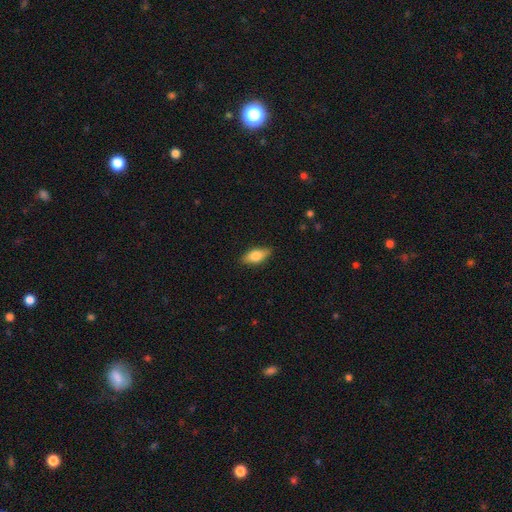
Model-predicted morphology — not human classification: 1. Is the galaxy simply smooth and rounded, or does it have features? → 72% smooth, 21% featured or disk, 7% star or artifact.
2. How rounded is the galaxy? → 82% in between, 15% cigar-shaped, 4% round.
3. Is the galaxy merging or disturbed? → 86% none, 11% minor disturbance, 2% major disturbance, 1% merger.